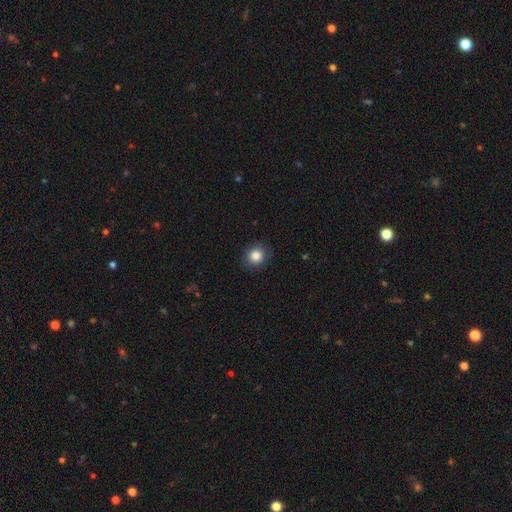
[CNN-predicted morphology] Smooth or featured? smooth (85%)
How rounded? round (84%)
Merging? none (88%)